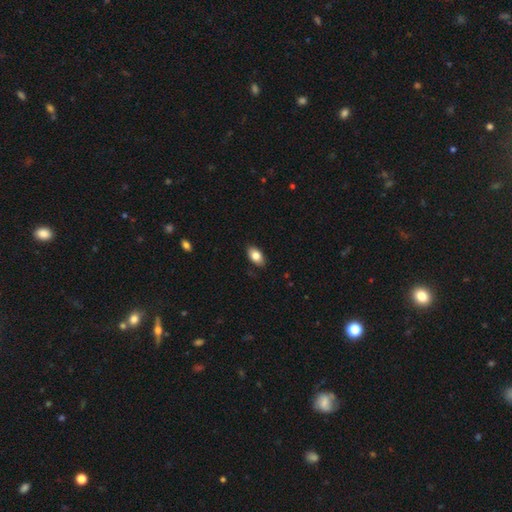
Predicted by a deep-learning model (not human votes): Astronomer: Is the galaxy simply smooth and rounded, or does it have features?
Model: smooth — 82%.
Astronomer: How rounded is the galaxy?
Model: in between — 92%.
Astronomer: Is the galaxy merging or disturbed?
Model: none — 87%.